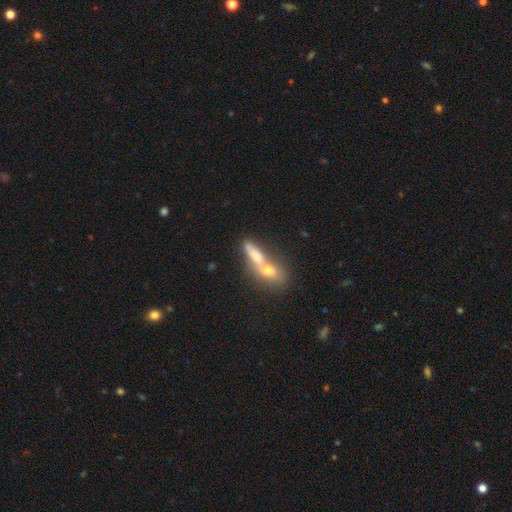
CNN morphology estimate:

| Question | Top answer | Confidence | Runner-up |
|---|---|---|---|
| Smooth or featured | smooth | 65% | featured or disk (26%) |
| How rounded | in between | 47% | cigar-shaped (43%) |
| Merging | merger | 64% | none (24%) |